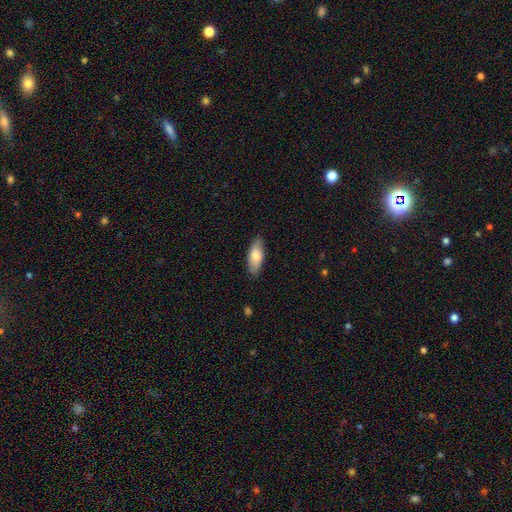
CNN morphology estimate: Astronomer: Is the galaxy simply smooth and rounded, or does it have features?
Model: smooth — 77%.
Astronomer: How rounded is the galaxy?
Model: in between — 76%.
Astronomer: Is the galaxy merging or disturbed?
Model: none — 86%.